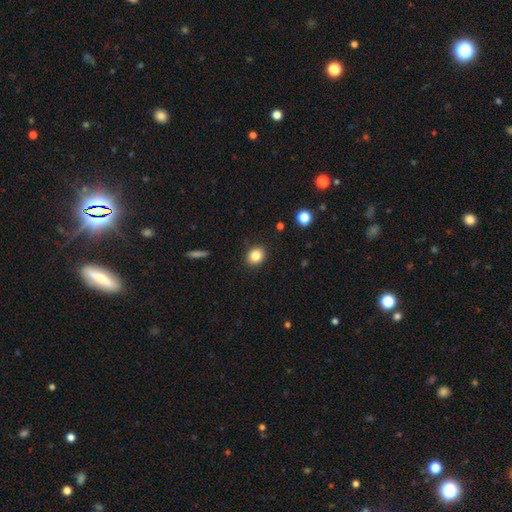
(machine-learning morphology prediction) Smooth or featured?
  - smooth: 84% *
  - star or artifact: 10%
  - featured or disk: 6%
How rounded?
  - round: 71% *
  - in between: 28%
  - cigar-shaped: 1%
Merging?
  - none: 90% *
  - minor disturbance: 7%
  - major disturbance: 2%
  - merger: 1%